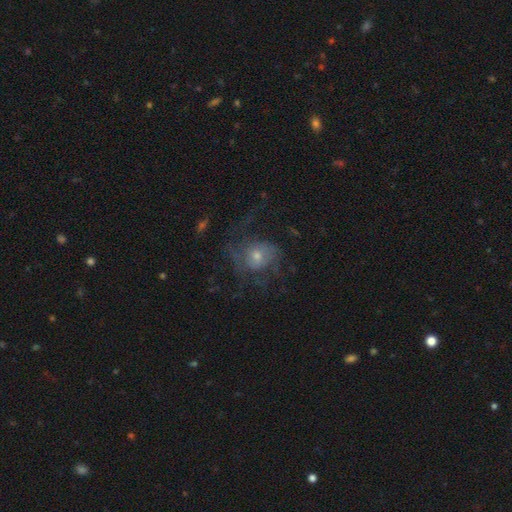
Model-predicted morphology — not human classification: Smooth or featured? featured or disk (63%)
Edge-on disk? no (97%)
Bar? no (76%)
Spiral arms? yes (77%)
Bulge size? moderate (49%)
Merging? none (52%)